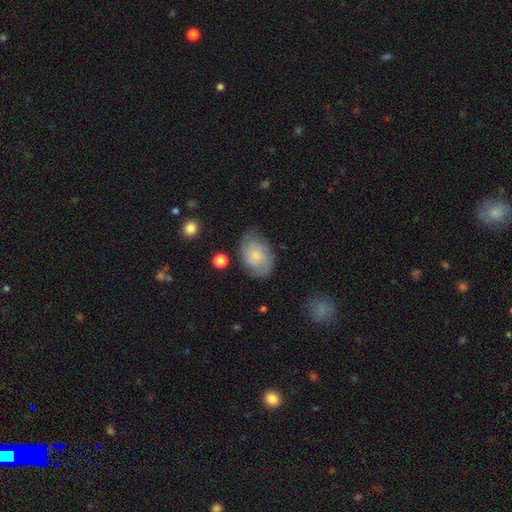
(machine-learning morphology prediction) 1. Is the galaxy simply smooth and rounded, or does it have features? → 54% smooth, 38% featured or disk, 8% star or artifact.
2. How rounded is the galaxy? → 82% in between, 17% round, 1% cigar-shaped.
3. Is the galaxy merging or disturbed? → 71% none, 21% minor disturbance, 6% major disturbance, 2% merger.